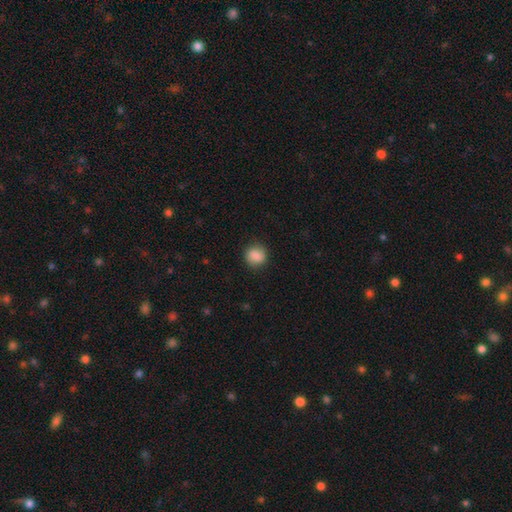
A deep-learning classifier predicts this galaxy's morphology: Overall: smooth (84%). How rounded: round (84%). Merging: none (85%).